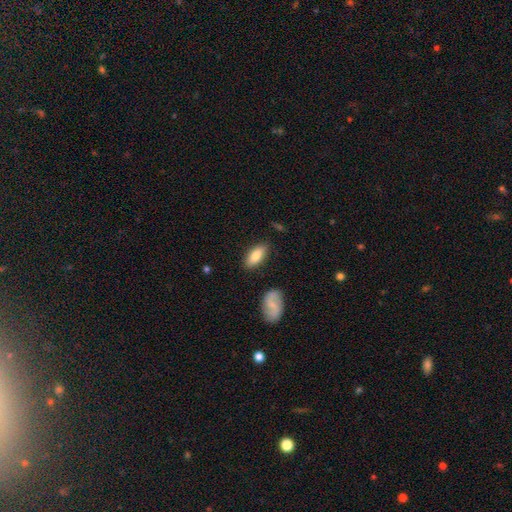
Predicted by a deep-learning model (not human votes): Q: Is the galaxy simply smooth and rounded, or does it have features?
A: smooth — 78%.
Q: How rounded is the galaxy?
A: in between — 84%.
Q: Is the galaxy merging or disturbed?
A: none — 84%.